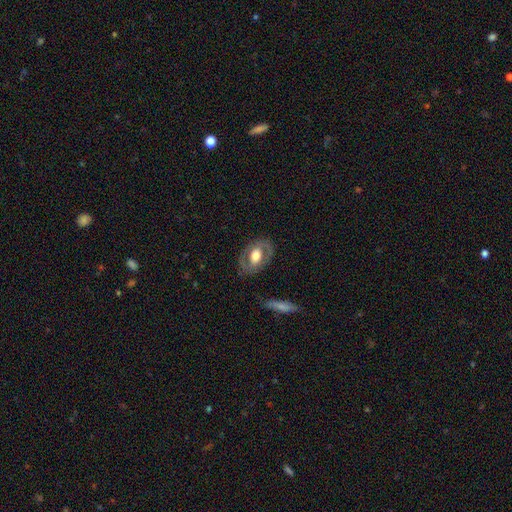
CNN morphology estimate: smooth_or_featured: featured or disk (p=0.56) [alt: smooth p=0.38]
disk_edge_on: no (p=0.91) [alt: yes p=0.09]
bar: no (p=0.59) [alt: weak p=0.28]
has_spiral_arms: no (p=0.57) [alt: yes p=0.43]
bulge_size: moderate (p=0.55) [alt: large p=0.36]
merging: none (p=0.79) [alt: minor disturbance p=0.14]